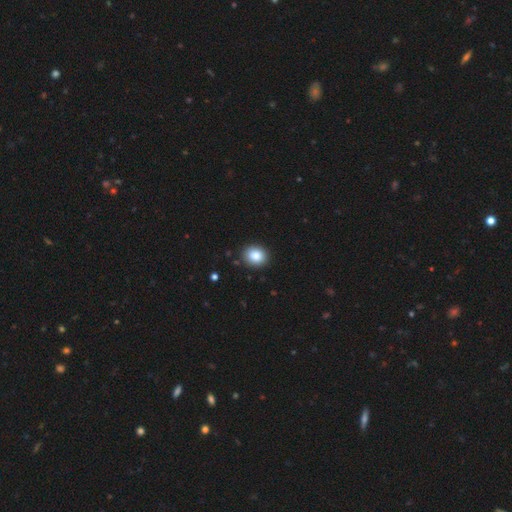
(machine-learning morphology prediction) A smooth galaxy with no disk features (87%) that is round (61%).

Vote fractions:
- Smooth or featured? smooth: 87% / star or artifact: 9% / featured or disk: 5%
- How rounded? round: 61% / in between: 38% / cigar-shaped: 1%
- Merging? none: 88% / minor disturbance: 8% / major disturbance: 2% / merger: 1%